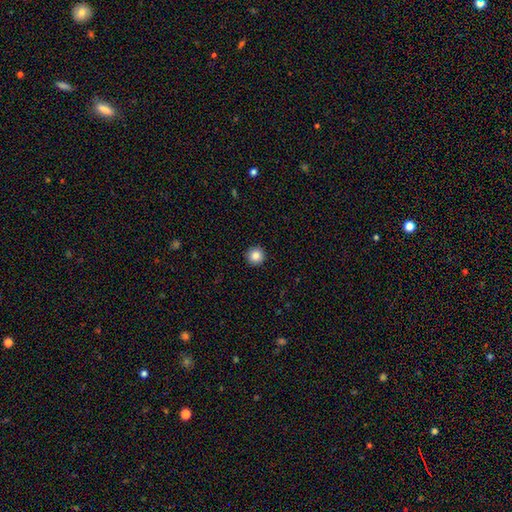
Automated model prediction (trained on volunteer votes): Smooth or featured? smooth (86%)
How rounded? round (96%)
Merging? none (93%)